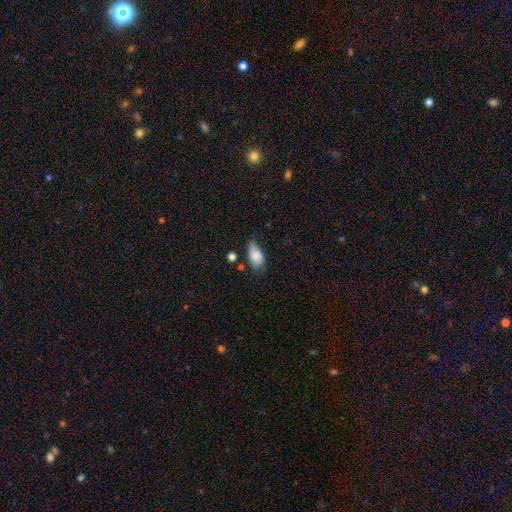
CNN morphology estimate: Smooth or featured?
  - smooth: 76% *
  - featured or disk: 16%
  - star or artifact: 8%
How rounded?
  - in between: 90% *
  - round: 7%
  - cigar-shaped: 3%
Merging?
  - minor disturbance: 40% *
  - none: 38%
  - major disturbance: 16%
  - merger: 6%